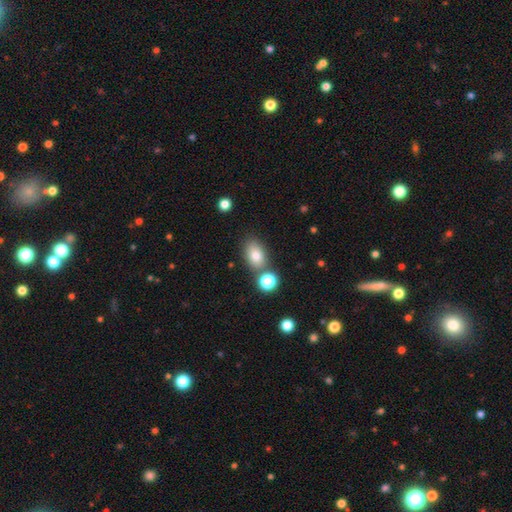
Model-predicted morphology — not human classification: This appears to be a smooth galaxy with no disk features (78%) that is in between round and cigar-shaped (82%). Merging: none (70%).